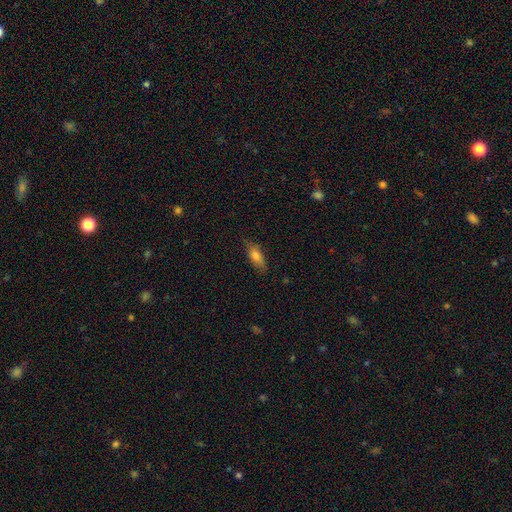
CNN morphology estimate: This appears to be a smooth galaxy with no disk features (74%) that is in between round and cigar-shaped (76%). Merging: none (75%).